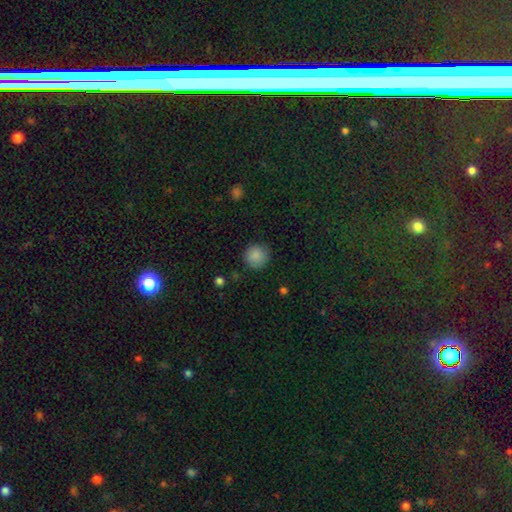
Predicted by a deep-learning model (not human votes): Smooth or featured: smooth — 87% (star or artifact — 9%)
How rounded: round — 94% (in between — 5%)
Merging: none — 88% (minor disturbance — 8%)